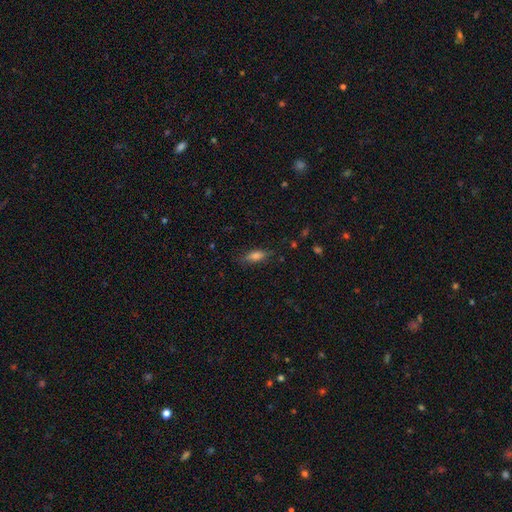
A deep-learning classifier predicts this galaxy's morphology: A smooth galaxy with no disk features (68%) that is in between round and cigar-shaped (60%). Merging: none (80%).